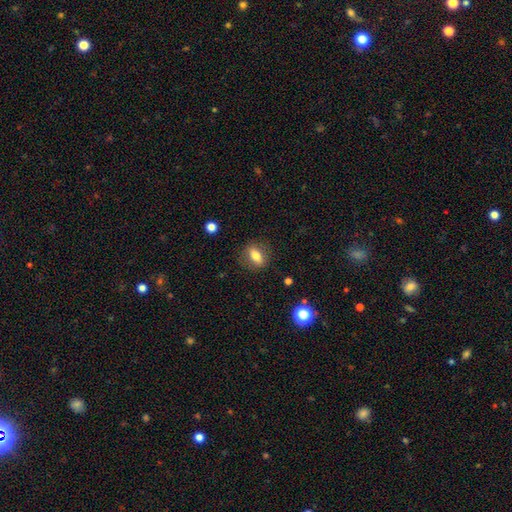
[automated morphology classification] Overall: smooth (71%). How rounded: in between (70%). Merging: none (83%).